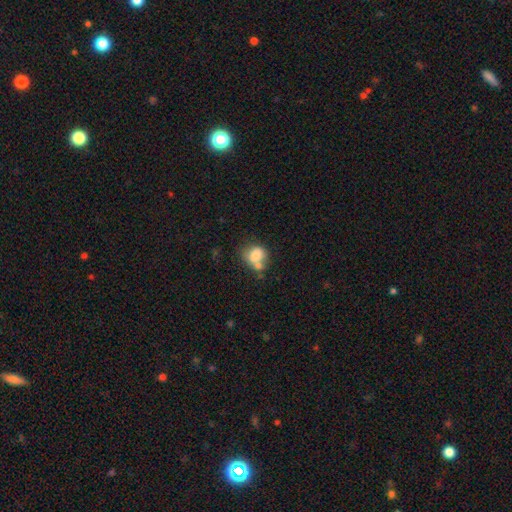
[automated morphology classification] A smooth galaxy with no disk features (76%) that is round (56%). Merging: merger (38%).